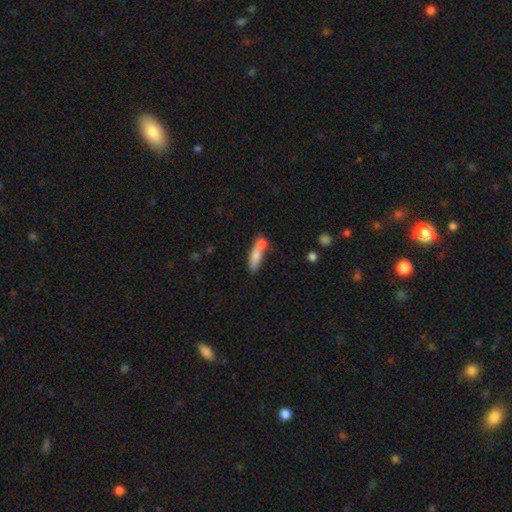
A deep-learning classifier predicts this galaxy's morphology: This is likely a smooth galaxy (73%). How rounded: likely cigar-shaped (60%). Merging: marginally none (43%).